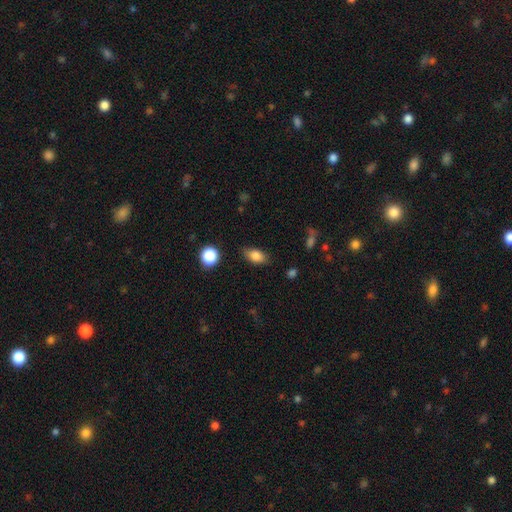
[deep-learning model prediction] smooth 83%, star or artifact 9%, featured or disk 8%. Down the decision tree: how rounded — in between (86%); merging — none (78%).